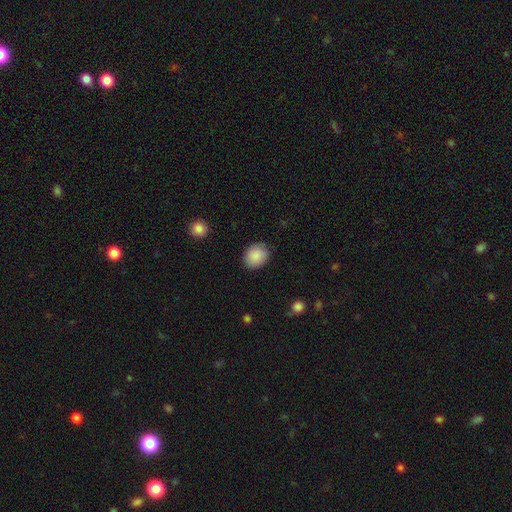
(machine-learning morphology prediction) Overall: smooth (89%). How rounded: round (59%; in between 40%). Merging: none (87%).